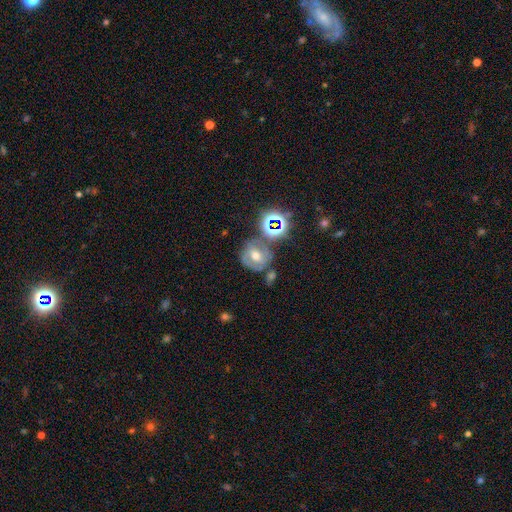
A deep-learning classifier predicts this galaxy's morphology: smooth-or-featured: featured or disk: 50% | smooth: 29% | star or artifact: 20%
  disk-edge-on: no: 95% | yes: 5%
  merging: none: 58% | minor disturbance: 17% | merger: 16% | major disturbance: 9%